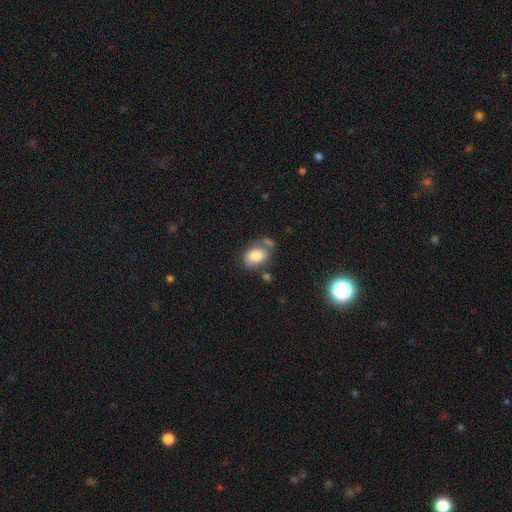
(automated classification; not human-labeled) This appears to be a smooth galaxy with no disk features (78%) that is in between round and cigar-shaped (78%). Merging: none (47%).